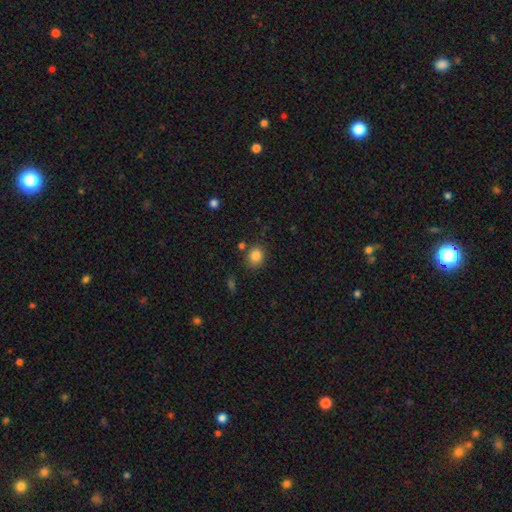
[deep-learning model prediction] smooth_or_featured: smooth (p=0.84) [alt: star or artifact p=0.10]
how_rounded: round (p=0.63) [alt: in between p=0.36]
merging: none (p=0.80) [alt: minor disturbance p=0.11]